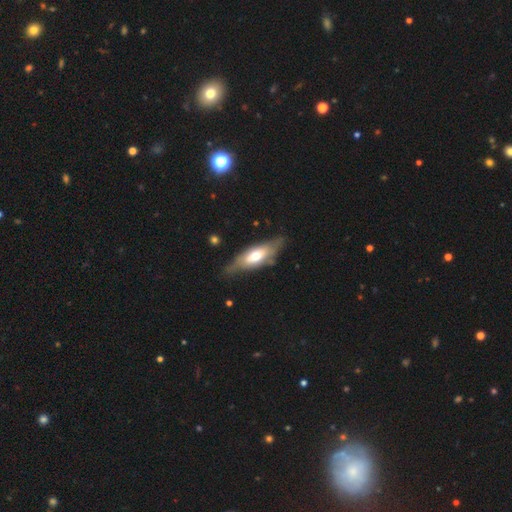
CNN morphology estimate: A featured or disk galaxy (53%) viewed edge-on (58%).

Vote fractions:
- Smooth or featured? featured or disk: 53% / smooth: 42% / star or artifact: 5%
- Edge-on disk? yes: 58% / no: 42%
- Merging? none: 68% / minor disturbance: 23% / major disturbance: 7% / merger: 3%